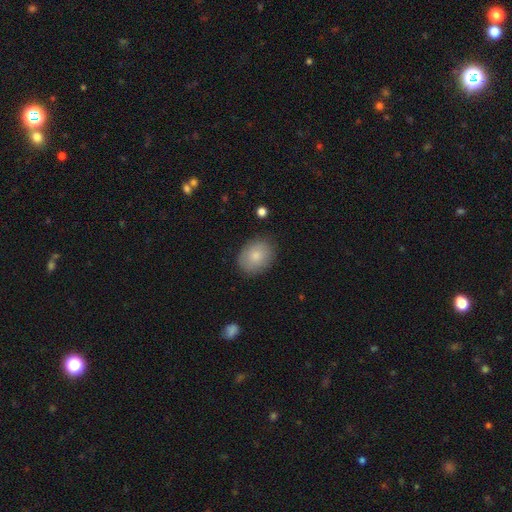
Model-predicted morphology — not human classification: type=smooth (80%); roundness=in between (61%); merging=none (84%).